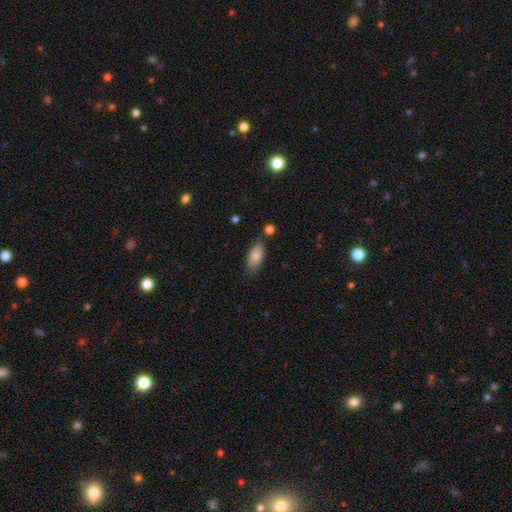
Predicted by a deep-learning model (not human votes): smooth_or_featured: smooth (p=0.84) [alt: featured or disk p=0.09]
how_rounded: in between (p=0.87) [alt: cigar-shaped p=0.10]
merging: none (p=0.75) [alt: minor disturbance p=0.17]